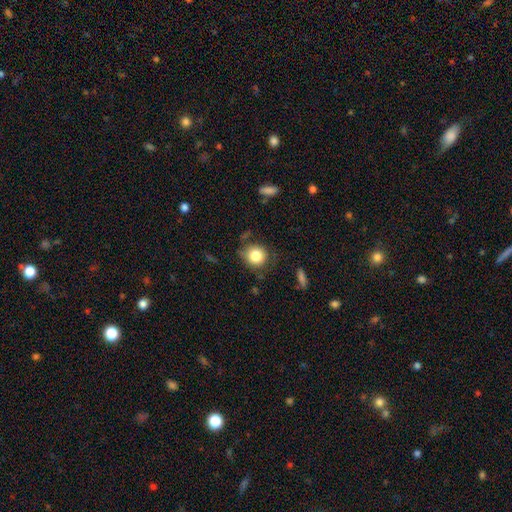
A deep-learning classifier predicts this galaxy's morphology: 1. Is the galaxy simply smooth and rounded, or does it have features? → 82% smooth, 10% star or artifact, 8% featured or disk.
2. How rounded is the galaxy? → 86% round, 13% in between, 1% cigar-shaped.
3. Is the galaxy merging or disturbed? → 75% none, 16% minor disturbance, 5% major disturbance, 3% merger.